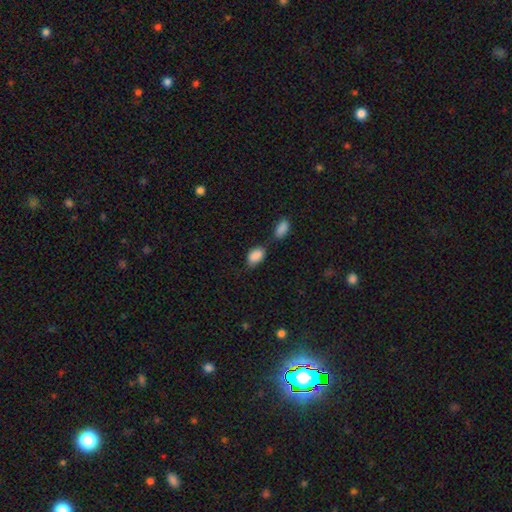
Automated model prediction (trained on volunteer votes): Morphology: type=smooth (87%); roundness=in between (91%); merging=none (53%).